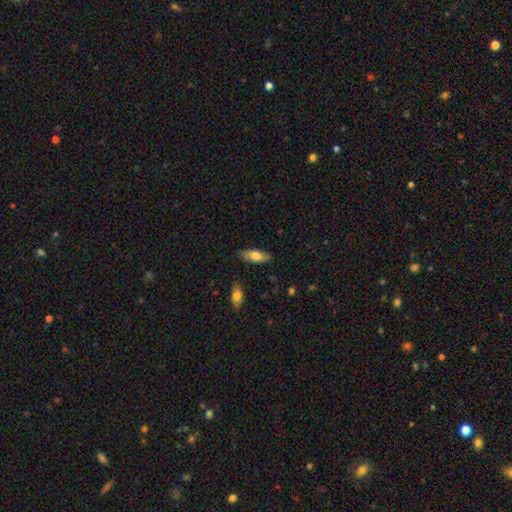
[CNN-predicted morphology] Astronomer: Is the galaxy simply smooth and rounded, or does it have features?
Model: smooth — 72%.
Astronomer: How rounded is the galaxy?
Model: in between — 75%.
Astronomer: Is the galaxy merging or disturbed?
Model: none — 83%.